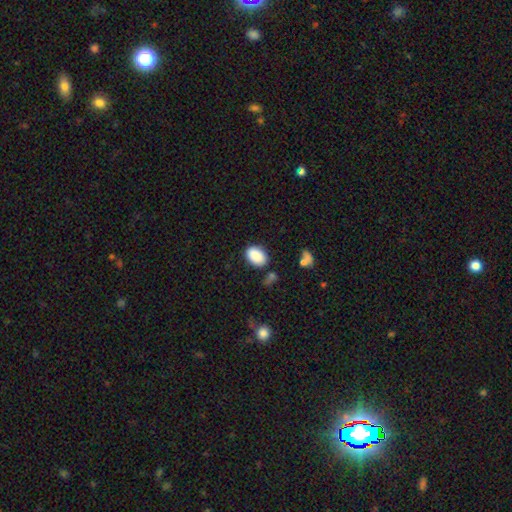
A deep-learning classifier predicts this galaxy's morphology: A smooth galaxy with no disk features (88%) that is in between round and cigar-shaped (85%).

Vote fractions:
- Smooth or featured? smooth: 88% / star or artifact: 8% / featured or disk: 4%
- How rounded? in between: 85% / round: 14% / cigar-shaped: 1%
- Merging? none: 77% / minor disturbance: 14% / merger: 4% / major disturbance: 4%